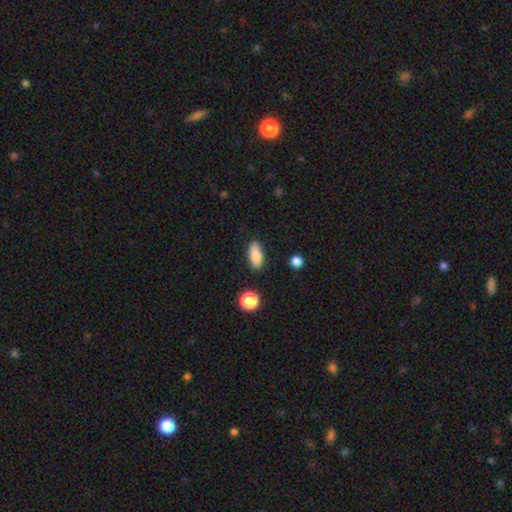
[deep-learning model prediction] Q: Smooth or featured?
A: smooth (86%); runner-up: star or artifact (8%)
Q: How rounded?
A: in between (78%); runner-up: cigar-shaped (19%)
Q: Merging?
A: none (85%); runner-up: minor disturbance (11%)